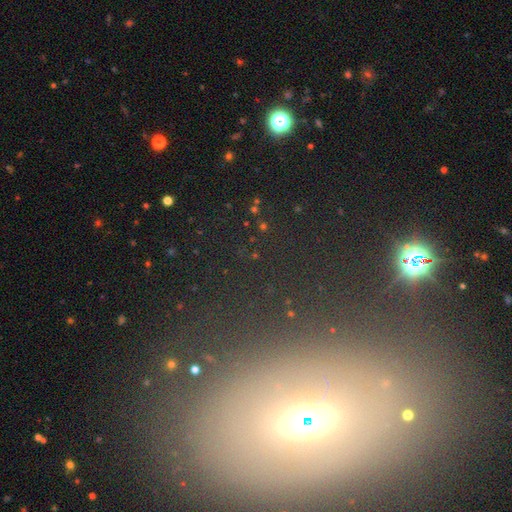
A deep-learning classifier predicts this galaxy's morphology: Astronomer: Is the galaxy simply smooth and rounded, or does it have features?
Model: star or artifact — 37% (runner-up: smooth, 36%).